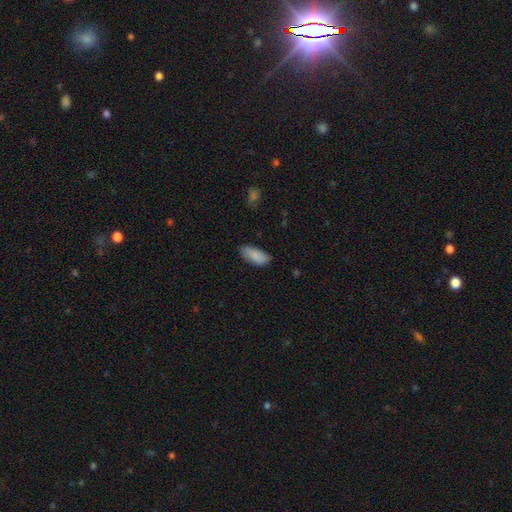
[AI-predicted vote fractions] Smooth or featured?
  - smooth: 87% *
  - featured or disk: 7%
  - star or artifact: 6%
How rounded?
  - in between: 87% *
  - cigar-shaped: 11%
  - round: 2%
Merging?
  - none: 76% *
  - minor disturbance: 19%
  - major disturbance: 3%
  - merger: 1%